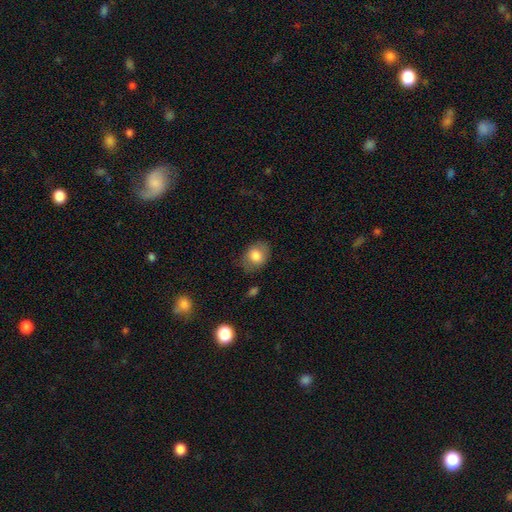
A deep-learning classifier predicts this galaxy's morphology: Smooth or featured? Predicted: smooth (p=0.79). How rounded? Predicted: in between (p=0.61). Merging? Predicted: none (p=0.73).